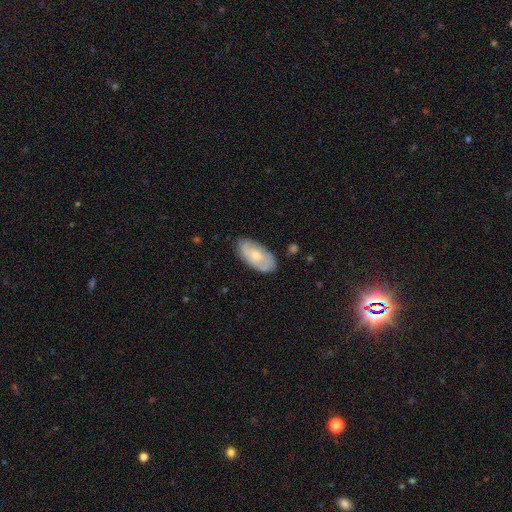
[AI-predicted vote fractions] This appears to be a smooth galaxy with no disk features (51%) that is in between round and cigar-shaped (92%). Merging: none (75%).